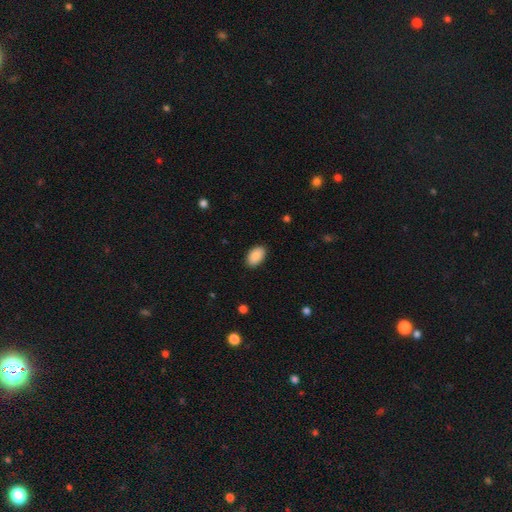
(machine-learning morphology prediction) type=smooth (90%); roundness=in between (93%); merging=none (89%).